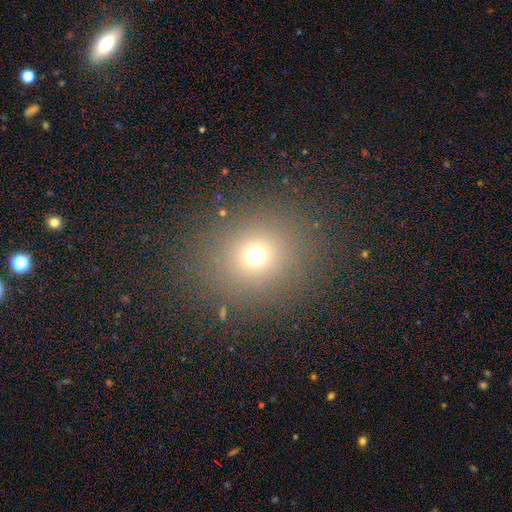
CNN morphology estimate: Smooth or featured? Predicted: smooth (p=0.68). How rounded? Predicted: round (p=0.81). Merging? Predicted: none (p=0.85).